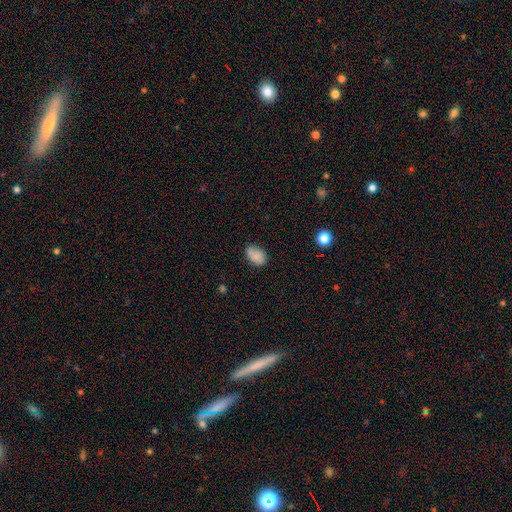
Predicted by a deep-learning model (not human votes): smooth_or_featured: smooth (p=0.86) [alt: star or artifact p=0.09]
how_rounded: in between (p=0.87) [alt: round p=0.11]
merging: none (p=0.76) [alt: minor disturbance p=0.19]